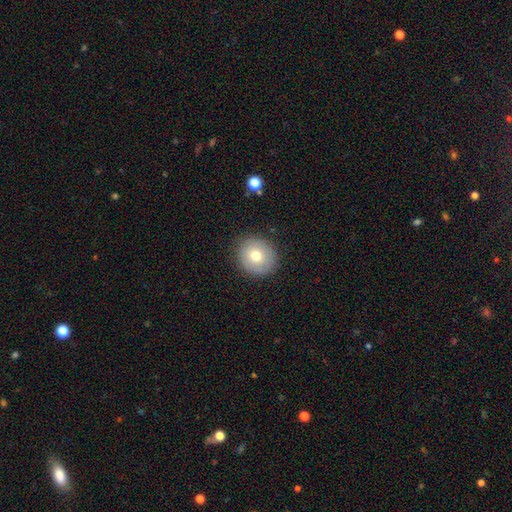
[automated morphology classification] type=smooth (72%); roundness=round (86%); merging=none (86%).